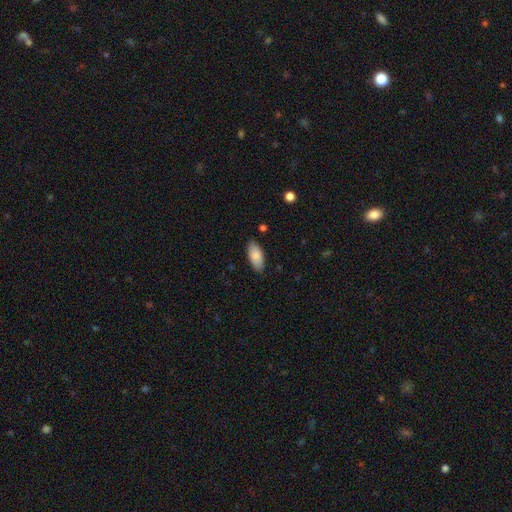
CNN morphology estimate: type=smooth (87%); roundness=in between (90%); merging=none (86%).